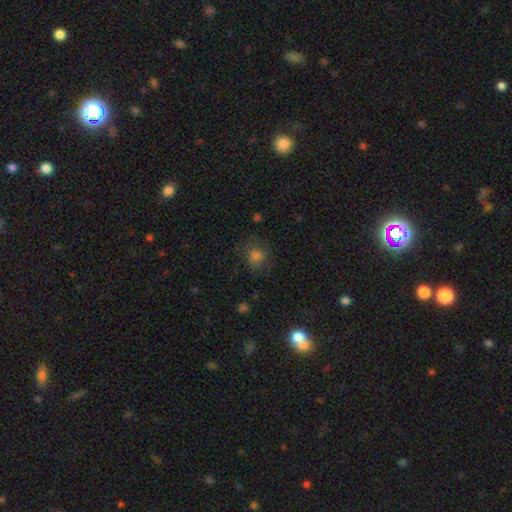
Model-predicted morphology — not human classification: Smooth or featured?
  - smooth: 70% *
  - star or artifact: 16%
  - featured or disk: 14%
How rounded?
  - round: 82% *
  - in between: 17%
  - cigar-shaped: 1%
Merging?
  - none: 73% *
  - minor disturbance: 17%
  - major disturbance: 8%
  - merger: 1%